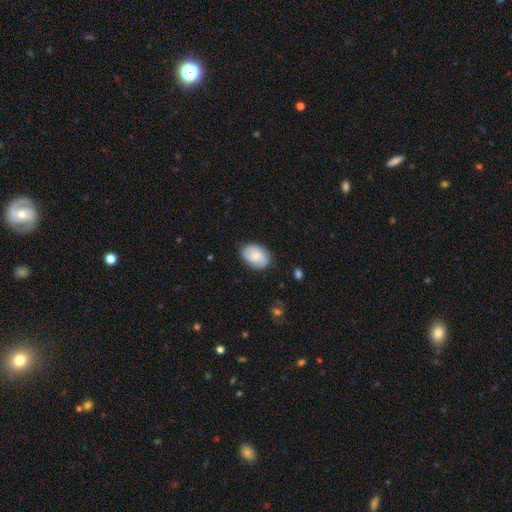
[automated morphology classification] The model was most divided on "smooth or featured": smooth: 64%, featured or disk: 30%, star or artifact: 7%. More confident: how rounded — in between (82%); merging — none (80%).